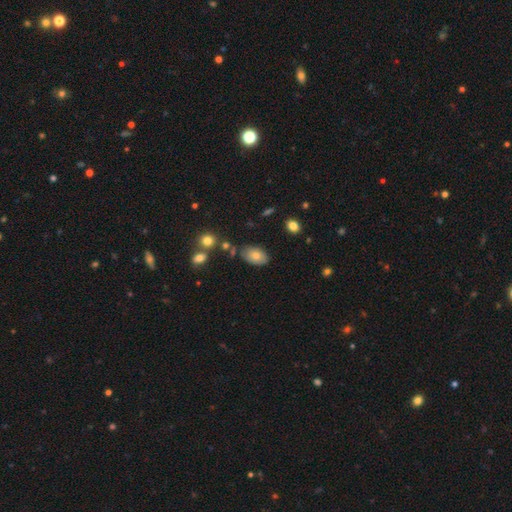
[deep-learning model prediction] Smooth or featured? Predicted: smooth (p=0.74). How rounded? Predicted: in between (p=0.91). Merging? Predicted: none (p=0.69).